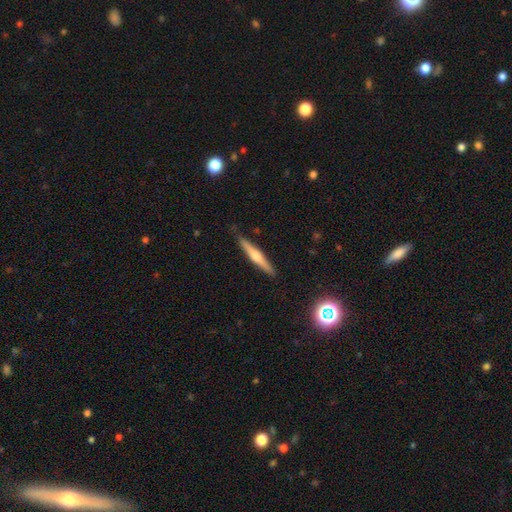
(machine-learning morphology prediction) A featured or disk galaxy (64%) viewed edge-on (98%) with a rounded central bulge (85%).

Vote fractions:
- Smooth or featured? featured or disk: 64% / smooth: 30% / star or artifact: 7%
- Edge-on disk? yes: 98% / no: 2%
- Edge-on bulge? rounded: 85% / none: 8% / boxy: 7%
- Merging? none: 89% / minor disturbance: 8% / major disturbance: 2% / merger: 1%